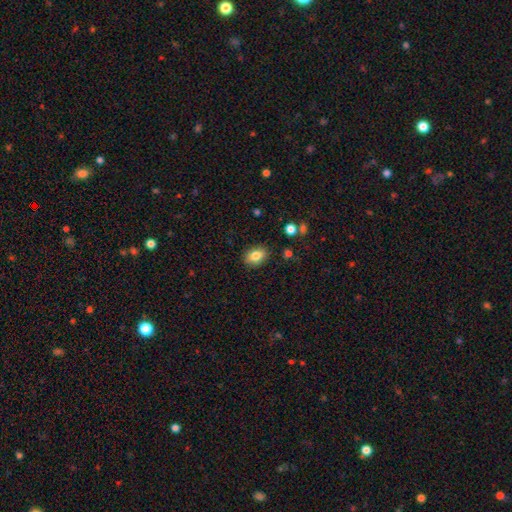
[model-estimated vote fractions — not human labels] smooth 83%, star or artifact 9%, featured or disk 9%. Down the decision tree: how rounded — in between (77%); merging — none (86%).